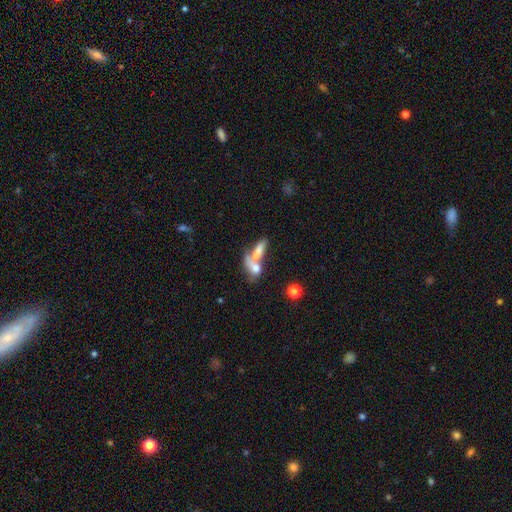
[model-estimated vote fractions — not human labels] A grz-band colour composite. It shows a smooth galaxy with no disk features (64%) that is in between round and cigar-shaped (58%). Merging: merger (59%).